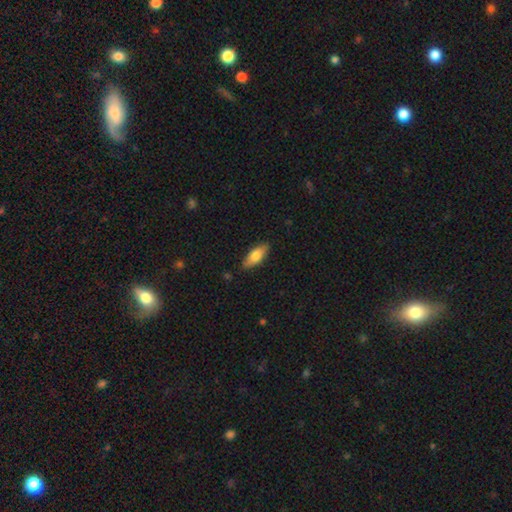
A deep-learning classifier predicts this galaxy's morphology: This is likely a smooth galaxy (75%). How rounded: likely in between (74%). Merging: clearly none (86%).